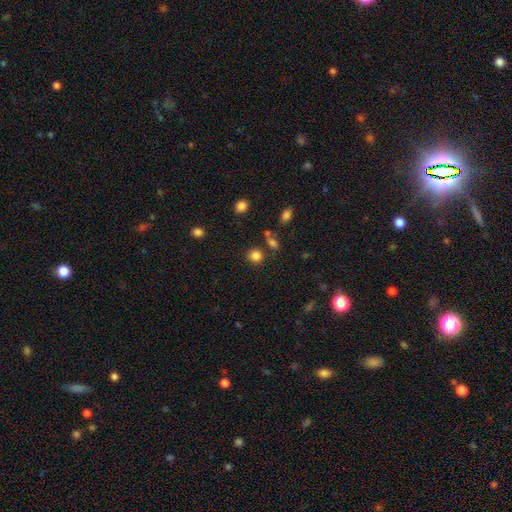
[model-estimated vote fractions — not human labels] smooth_or_featured: smooth (p=0.83) [alt: star or artifact p=0.12]
how_rounded: round (p=0.83) [alt: in between p=0.16]
merging: none (p=0.80) [alt: minor disturbance p=0.09]